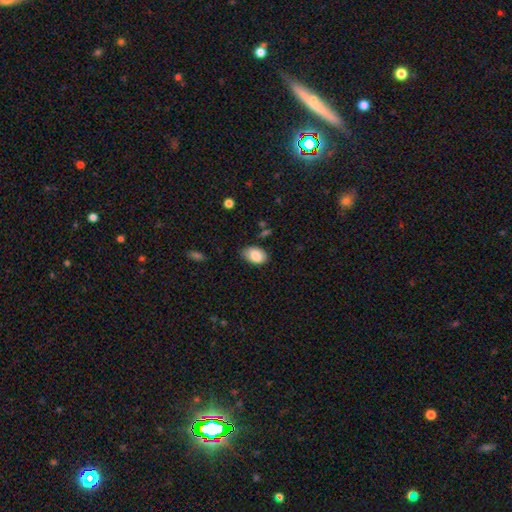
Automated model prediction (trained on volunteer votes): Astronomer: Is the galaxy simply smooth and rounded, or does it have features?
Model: smooth — 85%.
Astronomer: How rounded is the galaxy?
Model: in between — 89%.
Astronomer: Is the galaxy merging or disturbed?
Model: none — 72%.